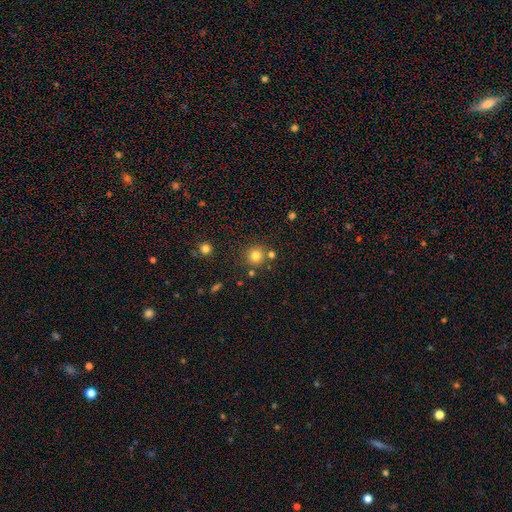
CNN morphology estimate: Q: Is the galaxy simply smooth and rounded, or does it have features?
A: smooth — 78%.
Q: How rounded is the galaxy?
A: round — 93%.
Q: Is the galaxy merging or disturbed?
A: none — 77%.